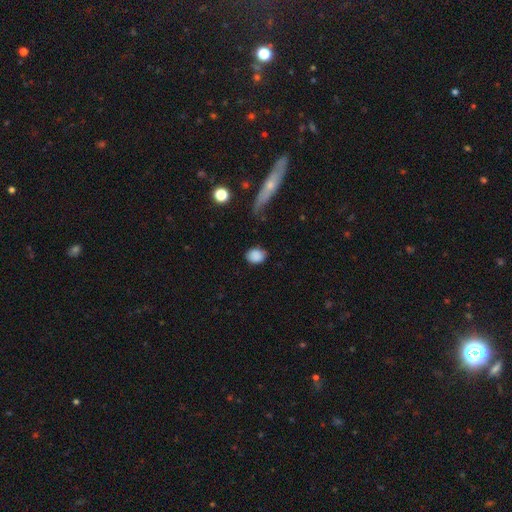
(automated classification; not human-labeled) smooth 87%, star or artifact 8%, featured or disk 5%. Down the decision tree: how rounded — round (51%); merging — none (77%).